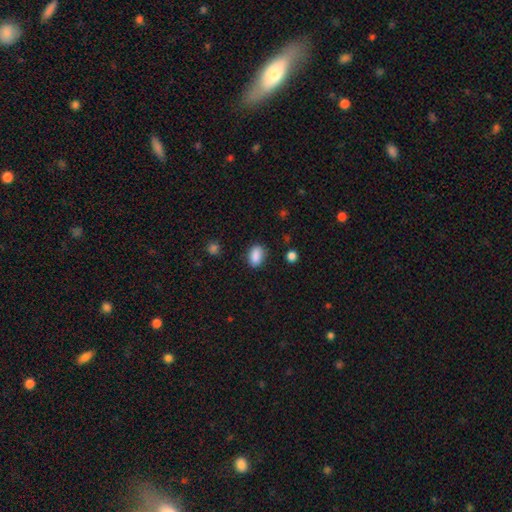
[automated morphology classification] A smooth galaxy with no disk features (88%) that is in between round and cigar-shaped (86%).

Vote fractions:
- Smooth or featured? smooth: 88% / star or artifact: 8% / featured or disk: 4%
- How rounded? in between: 86% / round: 11% / cigar-shaped: 3%
- Merging? none: 83% / minor disturbance: 12% / major disturbance: 3% / merger: 2%